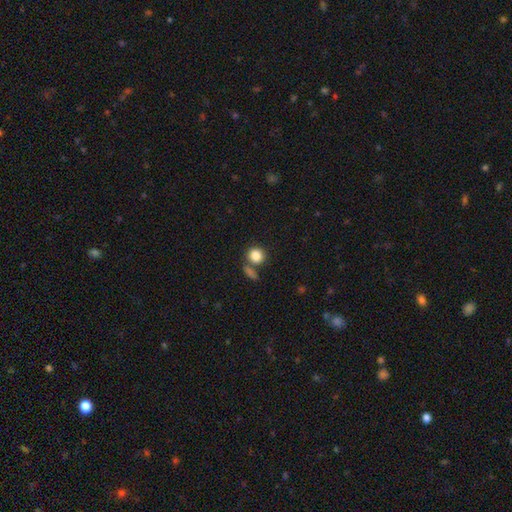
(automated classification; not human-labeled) Q: Smooth or featured?
A: smooth (84%); runner-up: star or artifact (9%)
Q: How rounded?
A: round (83%); runner-up: in between (16%)
Q: Merging?
A: none (63%); runner-up: merger (22%)